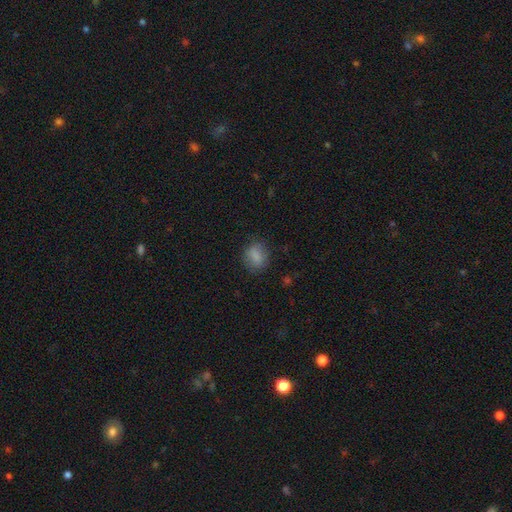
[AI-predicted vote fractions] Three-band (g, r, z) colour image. It shows a smooth galaxy with no disk features (80%) that is in between round and cigar-shaped (50%). Merging: none (77%).